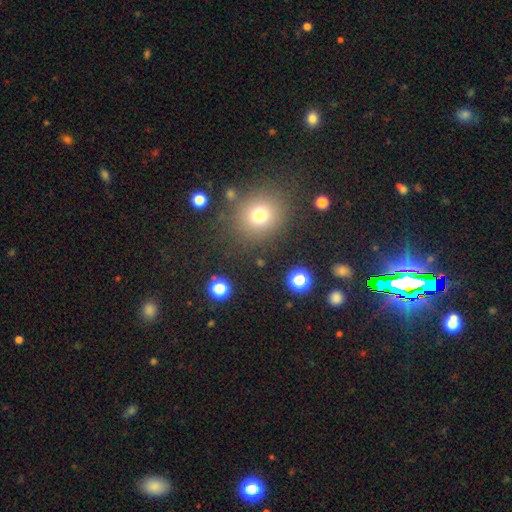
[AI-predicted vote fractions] Smooth or featured? Predicted: smooth (p=0.53). How rounded? Predicted: round (p=0.80). Merging? Predicted: none (p=0.87).